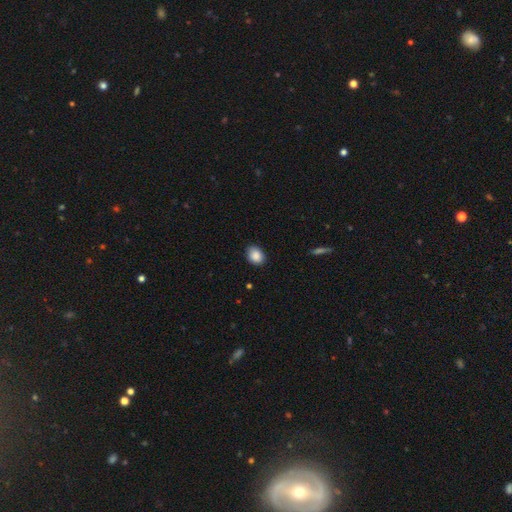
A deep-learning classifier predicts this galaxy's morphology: A smooth galaxy with no disk features (88%) that is in between round and cigar-shaped (60%).

Vote fractions:
- Smooth or featured? smooth: 88% / star or artifact: 8% / featured or disk: 4%
- How rounded? in between: 60% / round: 39% / cigar-shaped: 1%
- Merging? none: 86% / minor disturbance: 11% / major disturbance: 2% / merger: 1%